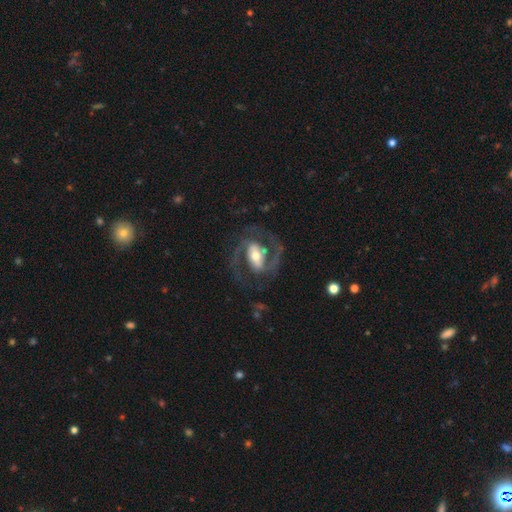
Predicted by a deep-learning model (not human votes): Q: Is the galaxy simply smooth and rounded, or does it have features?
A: featured or disk — 89%.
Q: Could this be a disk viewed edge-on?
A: no — 97%.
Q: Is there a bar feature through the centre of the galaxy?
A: strong — 51%.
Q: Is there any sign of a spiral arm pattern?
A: yes — 95%.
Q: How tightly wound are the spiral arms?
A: medium — 60%.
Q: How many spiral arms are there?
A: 2 — 91%.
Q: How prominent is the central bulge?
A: moderate — 61%.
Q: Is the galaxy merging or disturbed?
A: none — 73%.